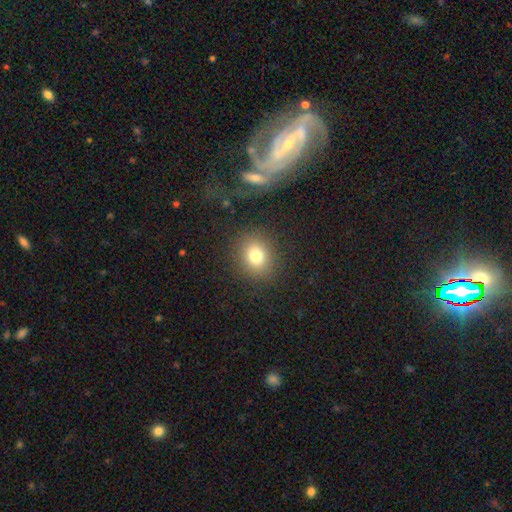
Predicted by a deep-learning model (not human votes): A smooth galaxy with no disk features (78%) that is round (70%). Merging: none (86%).